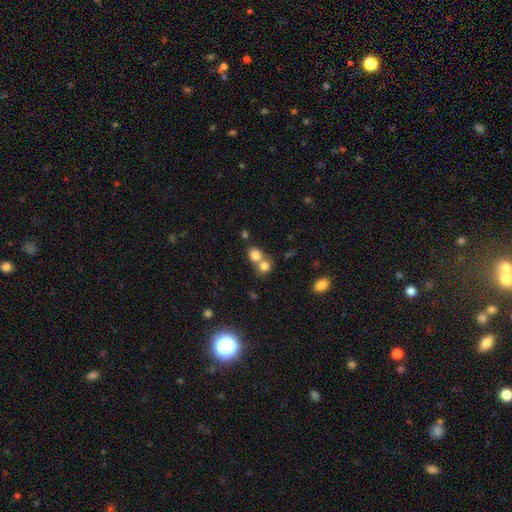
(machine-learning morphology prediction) Overall: smooth (80%). How rounded: round (68%; in between 31%). Merging: merger (53%; none 38%).